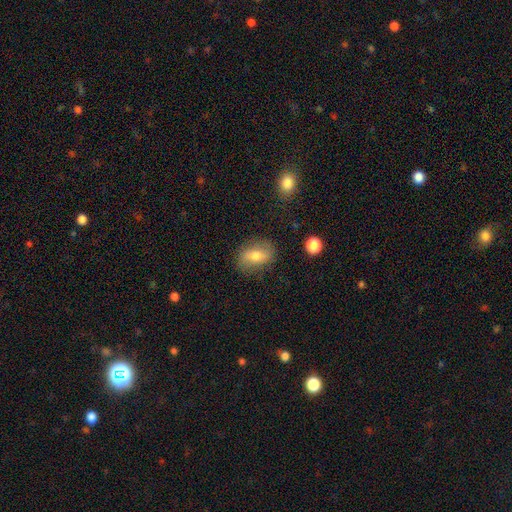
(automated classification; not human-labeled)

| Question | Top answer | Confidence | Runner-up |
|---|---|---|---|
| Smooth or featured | smooth | 60% | featured or disk (31%) |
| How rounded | in between | 79% | round (18%) |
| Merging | none | 79% | minor disturbance (15%) |